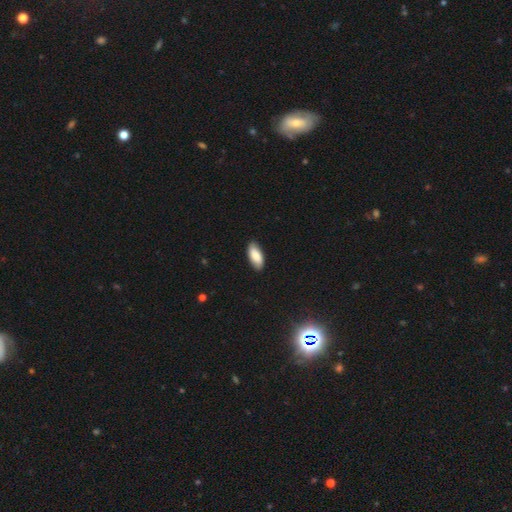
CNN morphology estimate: Smooth or featured? smooth (83%)
How rounded? in between (88%)
Merging? none (86%)